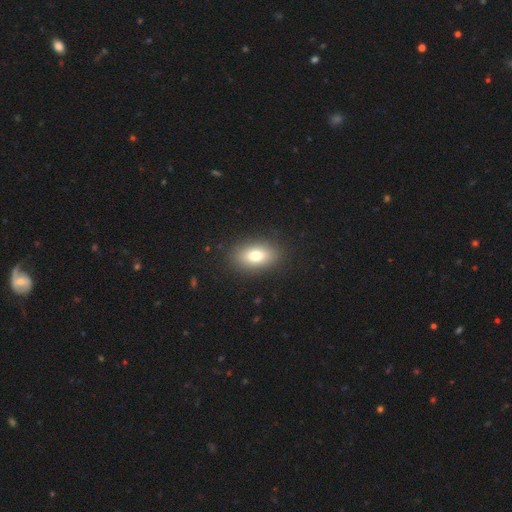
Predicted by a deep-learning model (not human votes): Q: Smooth or featured?
A: smooth (78%); runner-up: featured or disk (13%)
Q: How rounded?
A: in between (87%); runner-up: round (10%)
Q: Merging?
A: none (87%); runner-up: minor disturbance (9%)